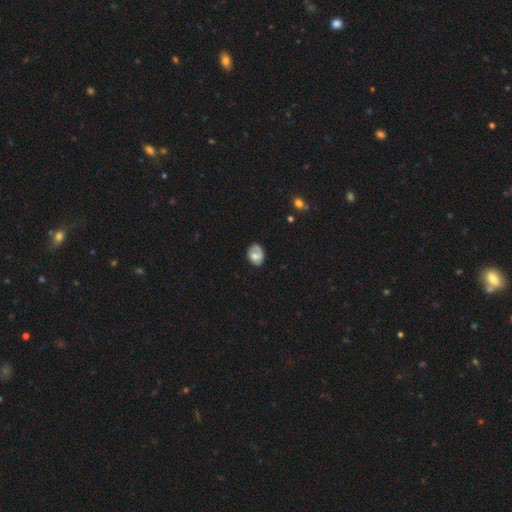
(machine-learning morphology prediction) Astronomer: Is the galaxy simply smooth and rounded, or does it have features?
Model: smooth — 59%.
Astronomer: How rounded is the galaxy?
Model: in between — 59% (runner-up: round, 40%).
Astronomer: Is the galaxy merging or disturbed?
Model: none — 56%.